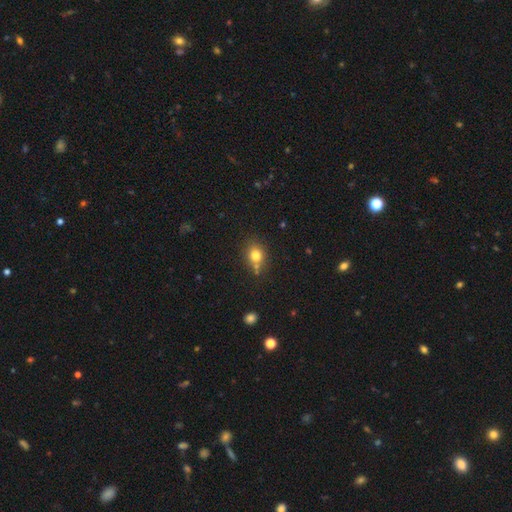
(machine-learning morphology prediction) Overall: smooth (77%). How rounded: round (66%; in between 33%). Merging: none (66%).